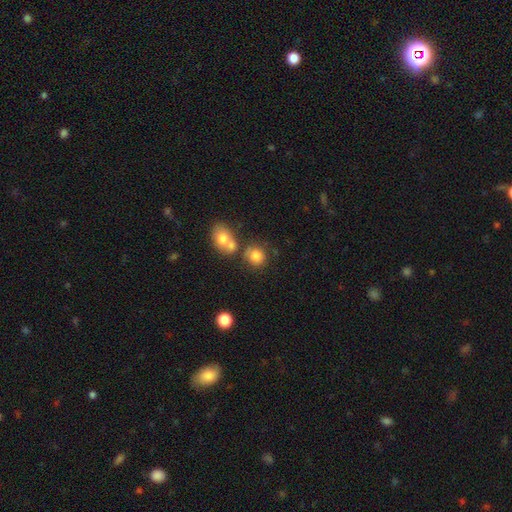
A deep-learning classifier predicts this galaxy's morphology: Smooth or featured?
  - smooth: 80% *
  - star or artifact: 11%
  - featured or disk: 9%
How rounded?
  - round: 75% *
  - in between: 24%
  - cigar-shaped: 1%
Merging?
  - none: 57% *
  - merger: 27%
  - minor disturbance: 12%
  - major disturbance: 5%